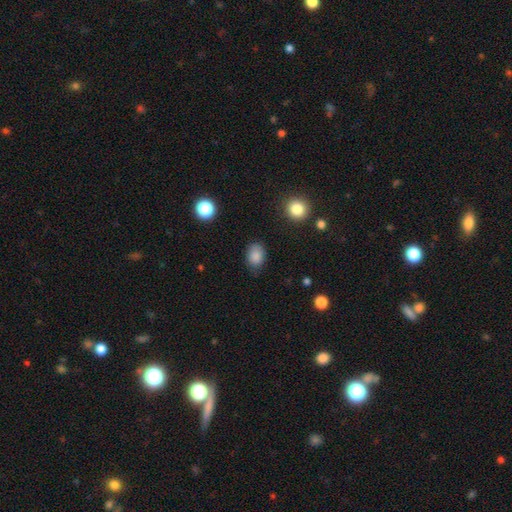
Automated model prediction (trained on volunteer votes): Smooth or featured?
  - smooth: 86% *
  - star or artifact: 9%
  - featured or disk: 5%
How rounded?
  - in between: 74% *
  - round: 24%
  - cigar-shaped: 1%
Merging?
  - none: 76% *
  - minor disturbance: 18%
  - major disturbance: 4%
  - merger: 2%